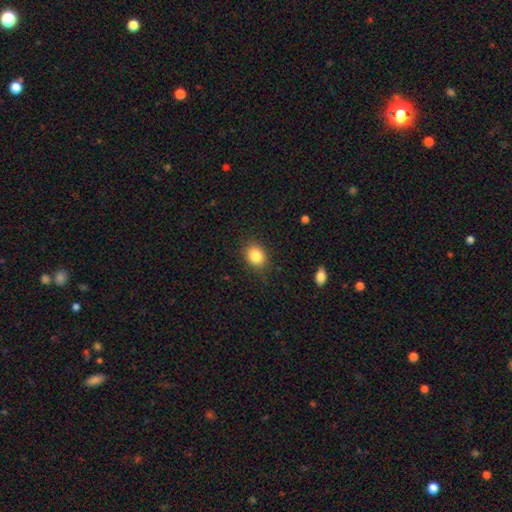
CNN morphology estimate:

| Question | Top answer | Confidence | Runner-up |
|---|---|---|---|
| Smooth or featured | smooth | 84% | star or artifact (9%) |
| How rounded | round | 51% | in between (48%) |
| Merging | none | 86% | minor disturbance (10%) |